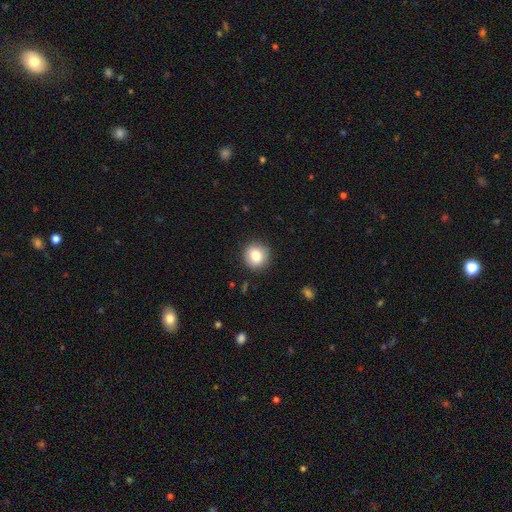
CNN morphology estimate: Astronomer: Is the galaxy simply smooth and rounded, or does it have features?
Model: smooth — 82%.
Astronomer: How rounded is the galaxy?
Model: round — 88%.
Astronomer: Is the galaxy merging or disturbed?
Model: none — 88%.